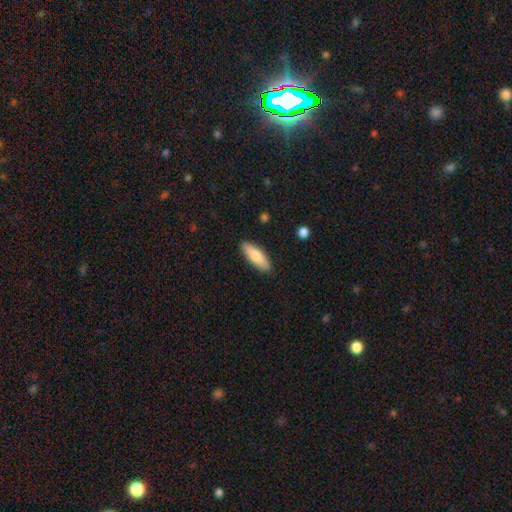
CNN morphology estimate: Smooth or featured? smooth (78%)
How rounded? in between (52%)
Merging? none (88%)